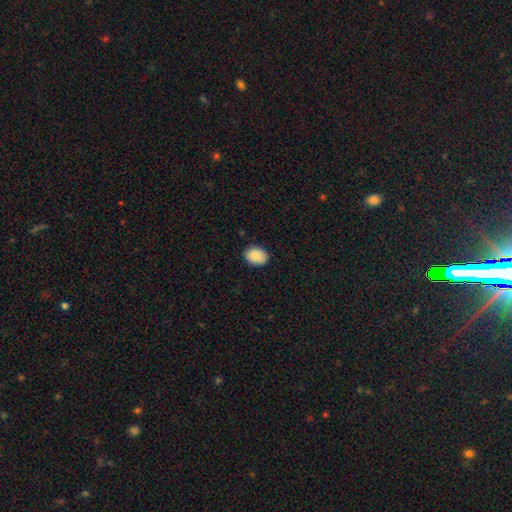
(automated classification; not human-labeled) Smooth or featured? smooth (89%)
How rounded? in between (71%)
Merging? none (86%)